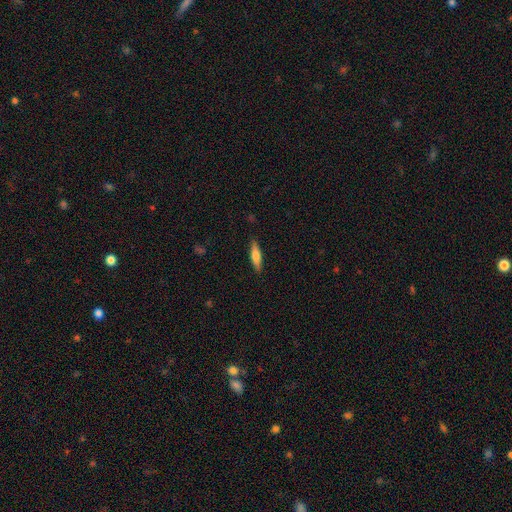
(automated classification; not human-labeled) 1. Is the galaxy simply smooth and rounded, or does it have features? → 63% smooth, 32% featured or disk, 6% star or artifact.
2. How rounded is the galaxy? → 68% cigar-shaped, 30% in between, 2% round.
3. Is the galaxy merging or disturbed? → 88% none, 9% minor disturbance, 2% major disturbance, 1% merger.